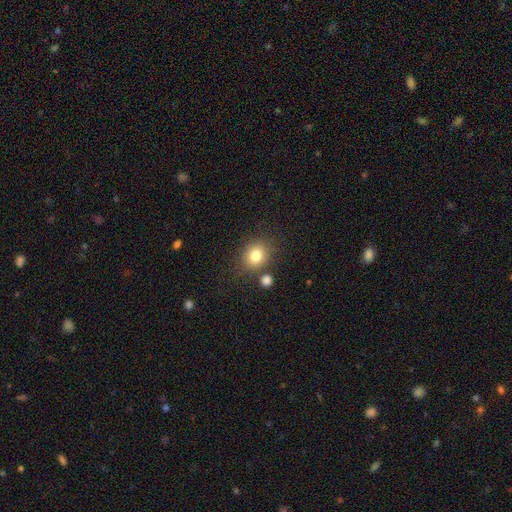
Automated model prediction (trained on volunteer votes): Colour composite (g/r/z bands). It shows a smooth galaxy with no disk features (80%) that is round (75%). Merging: none (75%).